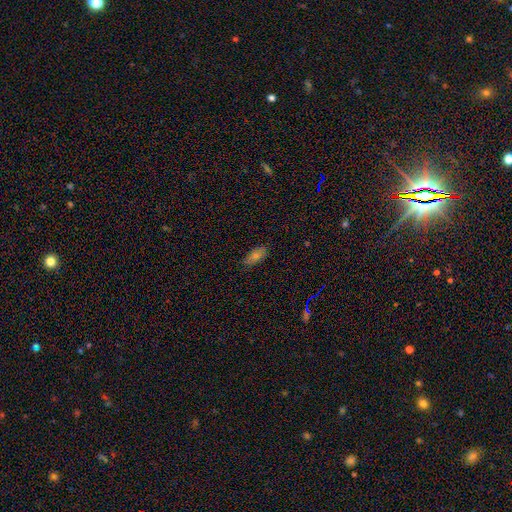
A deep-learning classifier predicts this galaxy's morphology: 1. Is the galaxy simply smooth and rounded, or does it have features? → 60% smooth, 21% featured or disk, 19% star or artifact.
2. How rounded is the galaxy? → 78% in between, 17% cigar-shaped, 5% round.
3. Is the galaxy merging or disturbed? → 81% none, 15% minor disturbance, 3% major disturbance, 1% merger.